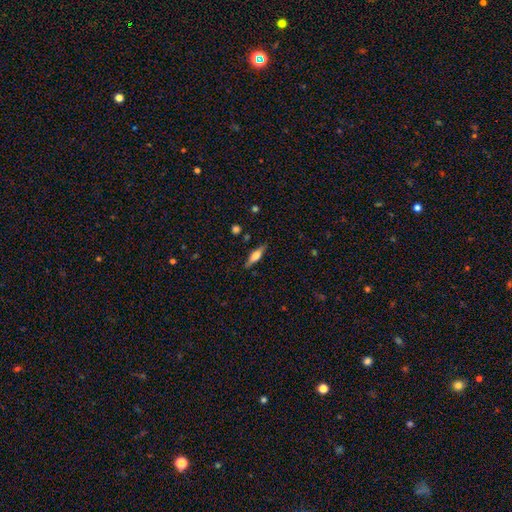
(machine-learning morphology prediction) Smooth or featured? Predicted: featured or disk (p=0.49). Merging? Predicted: none (p=0.85).